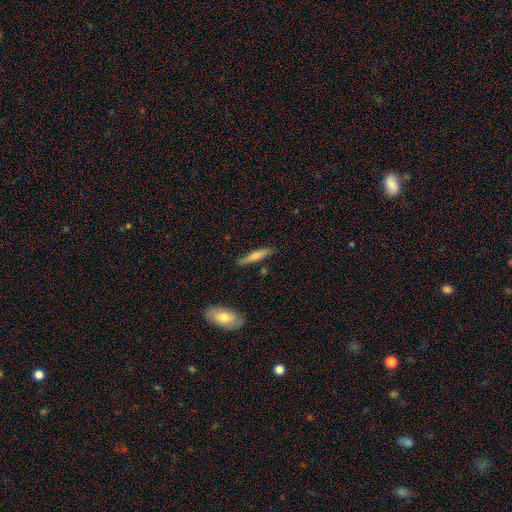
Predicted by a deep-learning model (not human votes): This is likely a smooth galaxy (68%). How rounded: clearly cigar-shaped (87%). Merging: clearly none (83%).